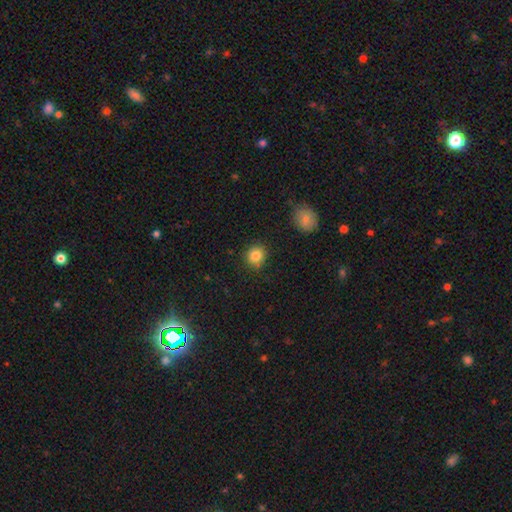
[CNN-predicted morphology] Smooth or featured: smooth — 84% (star or artifact — 10%)
How rounded: round — 84% (in between — 15%)
Merging: none — 87% (minor disturbance — 9%)